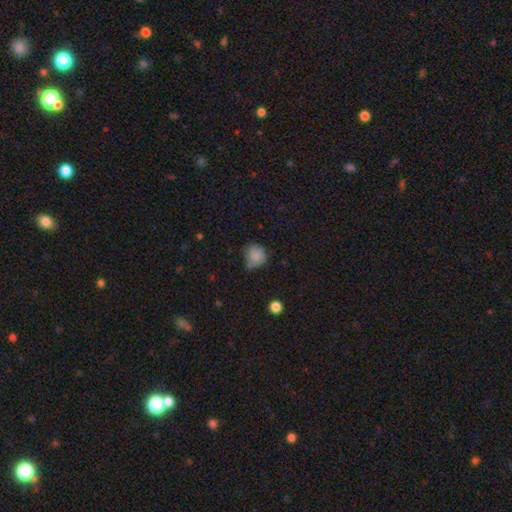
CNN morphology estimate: type=smooth (83%); roundness=round (82%); merging=none (51%).